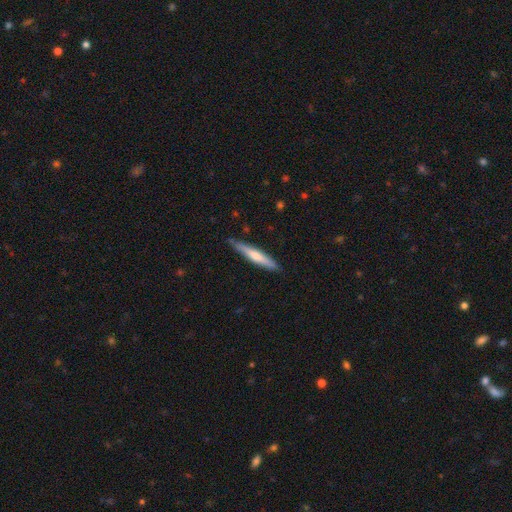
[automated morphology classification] smooth 56%, featured or disk 39%, star or artifact 5%. Down the decision tree: how rounded — cigar-shaped (92%); merging — none (85%).